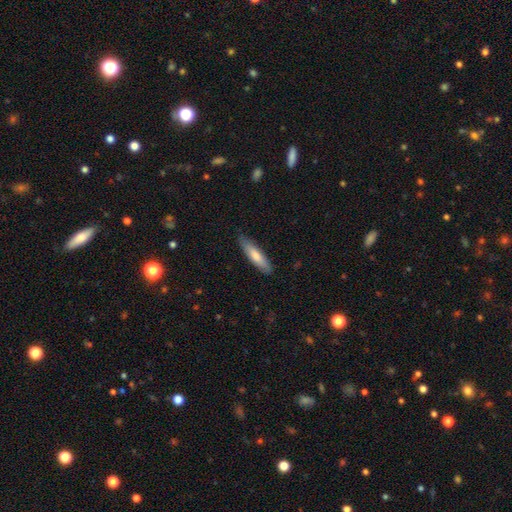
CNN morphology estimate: type=smooth (75%); roundness=cigar-shaped (74%); merging=none (85%).